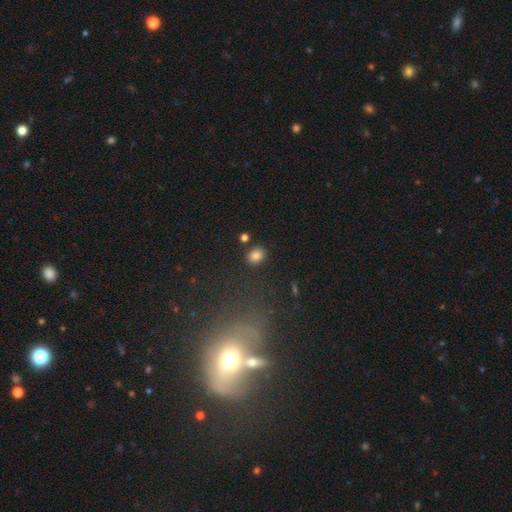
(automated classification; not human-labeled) smooth-or-featured: smooth: 83% | star or artifact: 11% | featured or disk: 5%
  how-rounded: round: 56% | in between: 43% | cigar-shaped: 1%
  merging: none: 84% | minor disturbance: 9% | merger: 4% | major disturbance: 3%